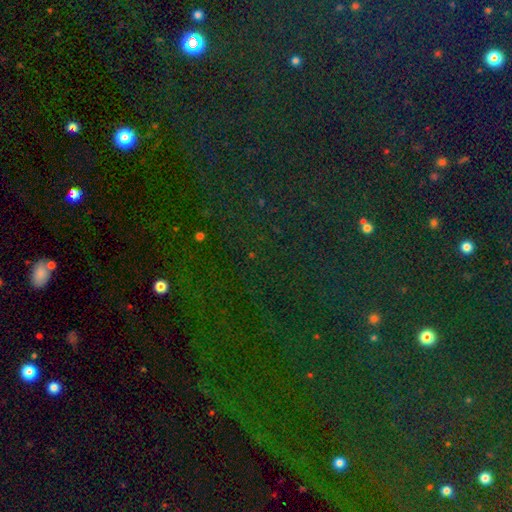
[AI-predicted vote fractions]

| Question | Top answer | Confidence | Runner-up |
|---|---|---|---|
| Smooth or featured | star or artifact | 82% | smooth (10%) |